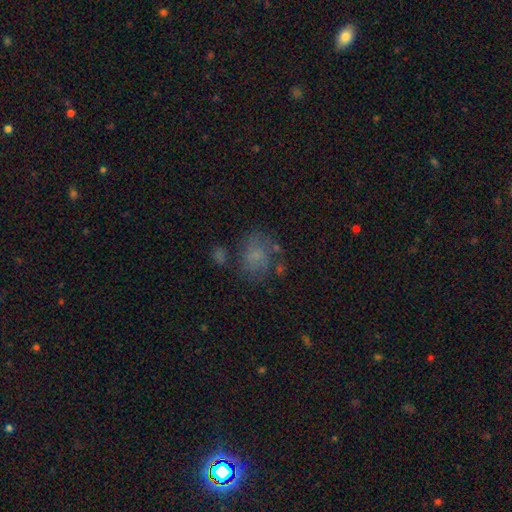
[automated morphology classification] A smooth galaxy with no disk features (53%) that is round (54%). Merging: none (53%).